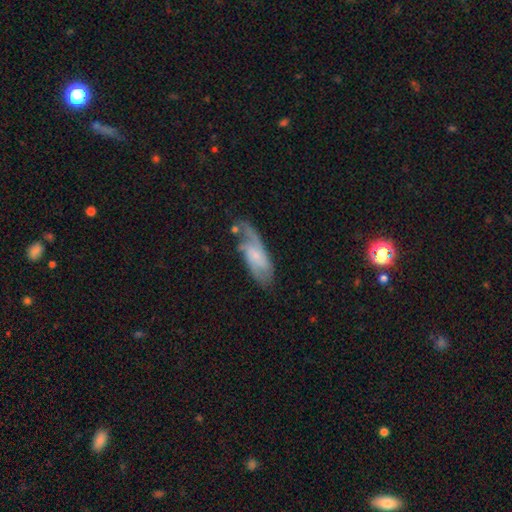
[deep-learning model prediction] Smooth or featured? featured or disk (63%)
Edge-on disk? no (89%)
Bar? no (55%)
Spiral arms? yes (89%)
Bulge size? small (56%)
Merging? none (50%)